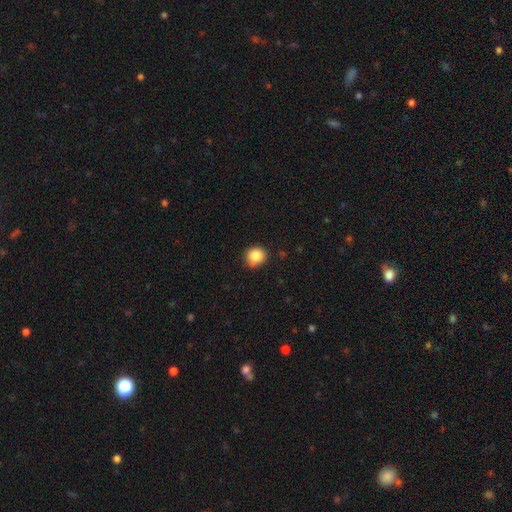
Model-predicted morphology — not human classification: Overall: smooth (86%). How rounded: round (86%). Merging: none (80%).